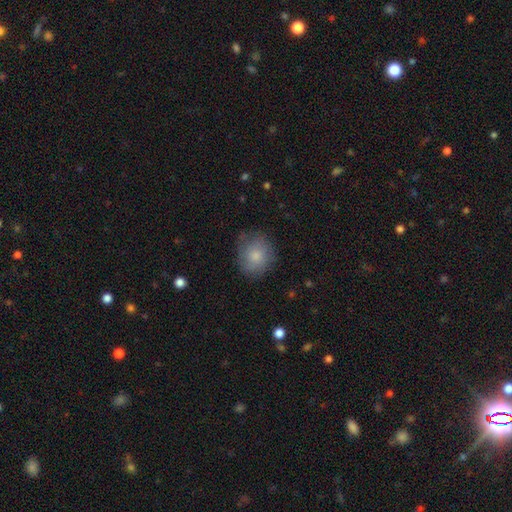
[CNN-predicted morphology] Overall: smooth (77%). How rounded: round (72%). Merging: none (72%).